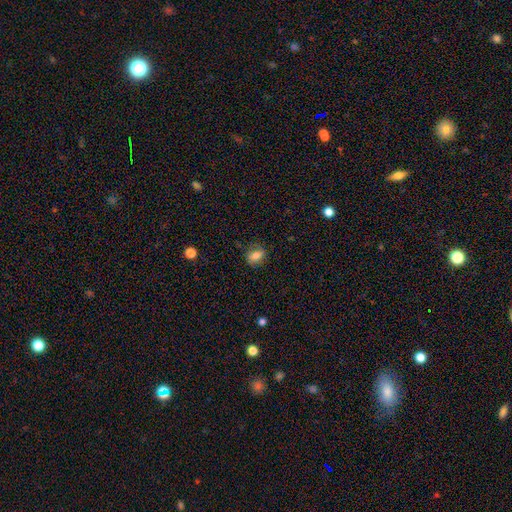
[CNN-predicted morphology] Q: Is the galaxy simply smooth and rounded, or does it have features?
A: smooth — 71%.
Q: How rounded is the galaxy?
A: in between — 66%.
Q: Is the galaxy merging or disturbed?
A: none — 78%.